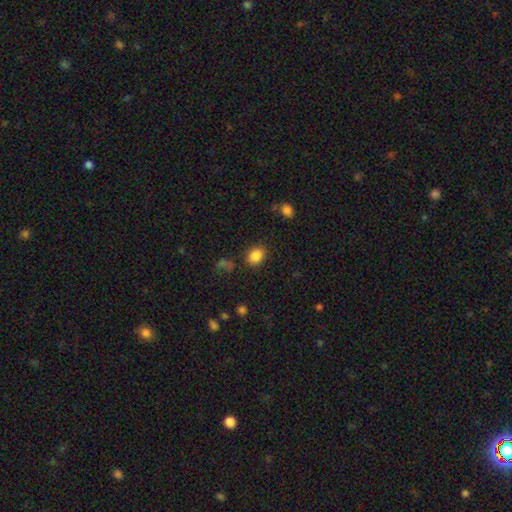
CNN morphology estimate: A smooth galaxy with no disk features (85%) that is in between round and cigar-shaped (62%).

Vote fractions:
- Smooth or featured? smooth: 85% / star or artifact: 10% / featured or disk: 5%
- How rounded? in between: 62% / round: 37% / cigar-shaped: 1%
- Merging? none: 83% / minor disturbance: 11% / major disturbance: 4% / merger: 2%